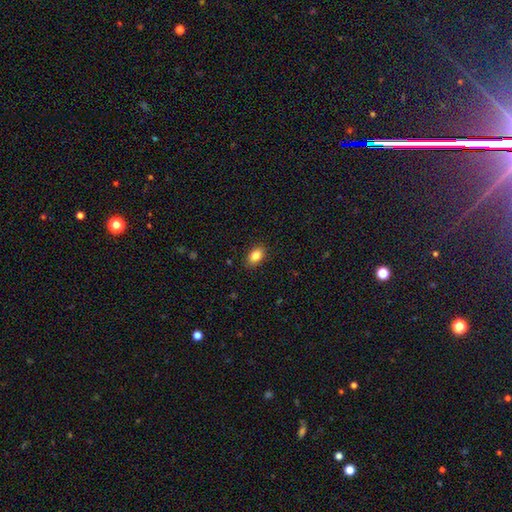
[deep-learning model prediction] A smooth galaxy with no disk features (85%) that is in between round and cigar-shaped (88%).

Vote fractions:
- Smooth or featured? smooth: 85% / star or artifact: 8% / featured or disk: 7%
- How rounded? in between: 88% / round: 10% / cigar-shaped: 2%
- Merging? none: 88% / minor disturbance: 9% / major disturbance: 2% / merger: 1%